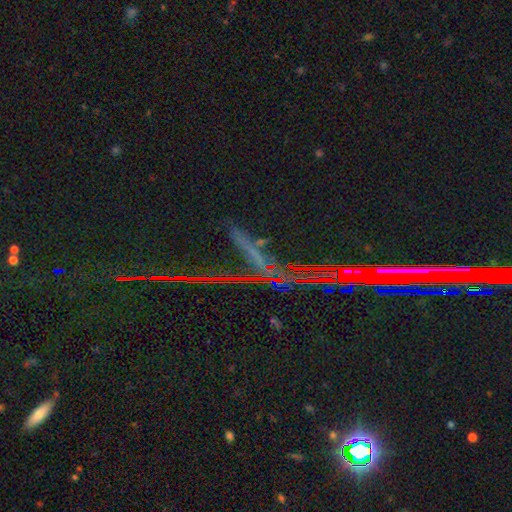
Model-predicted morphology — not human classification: Q: Smooth or featured?
A: star or artifact (78%); runner-up: featured or disk (11%)